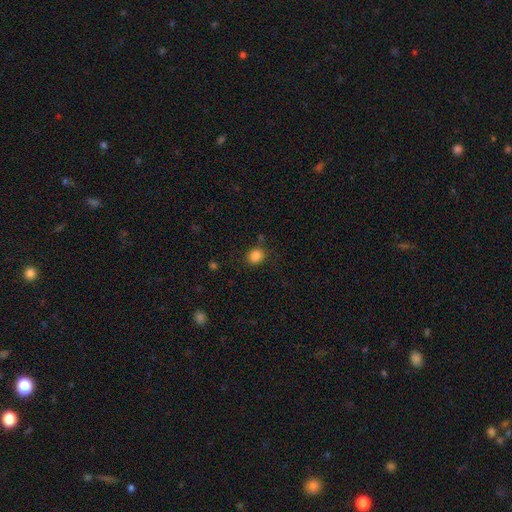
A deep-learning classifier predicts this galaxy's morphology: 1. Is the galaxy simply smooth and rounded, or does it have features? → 85% smooth, 11% star or artifact, 4% featured or disk.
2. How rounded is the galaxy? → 77% round, 22% in between, 1% cigar-shaped.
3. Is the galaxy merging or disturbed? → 81% none, 12% minor disturbance, 4% major disturbance, 3% merger.